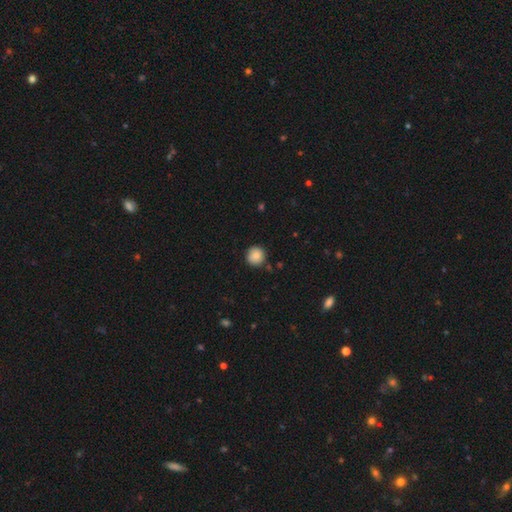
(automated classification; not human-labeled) A smooth galaxy with no disk features (85%) that is round (94%). Merging: none (87%).